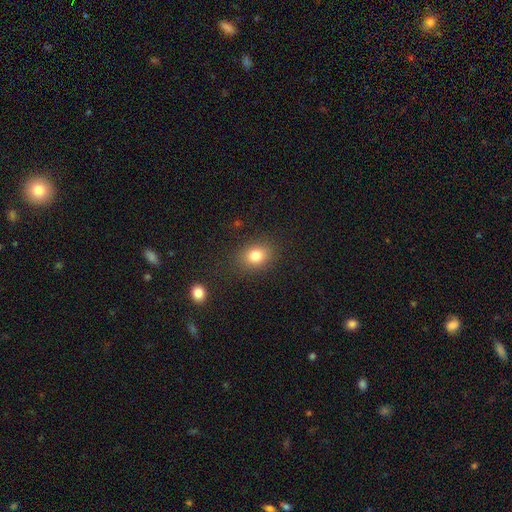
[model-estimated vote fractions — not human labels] A smooth galaxy with no disk features (80%) that is in between round and cigar-shaped (52%).

Vote fractions:
- Smooth or featured? smooth: 80% / star or artifact: 12% / featured or disk: 8%
- How rounded? in between: 52% / round: 47% / cigar-shaped: 1%
- Merging? none: 84% / minor disturbance: 10% / major disturbance: 4% / merger: 2%